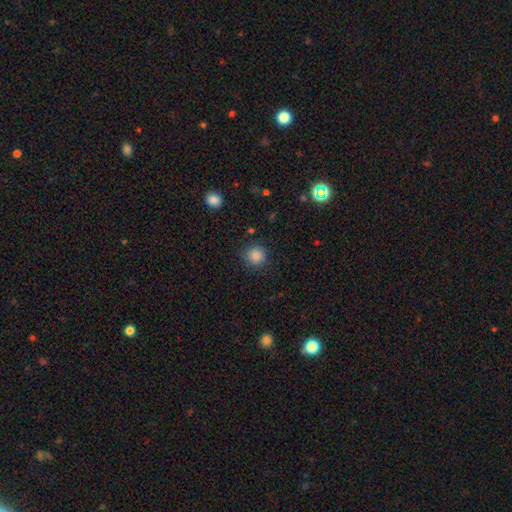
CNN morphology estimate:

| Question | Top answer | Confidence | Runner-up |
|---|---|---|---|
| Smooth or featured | smooth | 86% | star or artifact (11%) |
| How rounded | round | 93% | in between (6%) |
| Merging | none | 87% | minor disturbance (9%) |